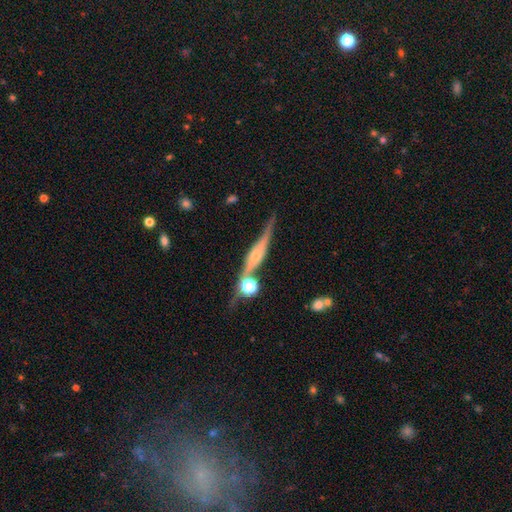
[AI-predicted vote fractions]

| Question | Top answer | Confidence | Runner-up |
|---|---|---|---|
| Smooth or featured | featured or disk | 75% | smooth (17%) |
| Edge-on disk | yes | 91% | no (9%) |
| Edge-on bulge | rounded | 74% | boxy (17%) |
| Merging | none | 62% | minor disturbance (19%) |